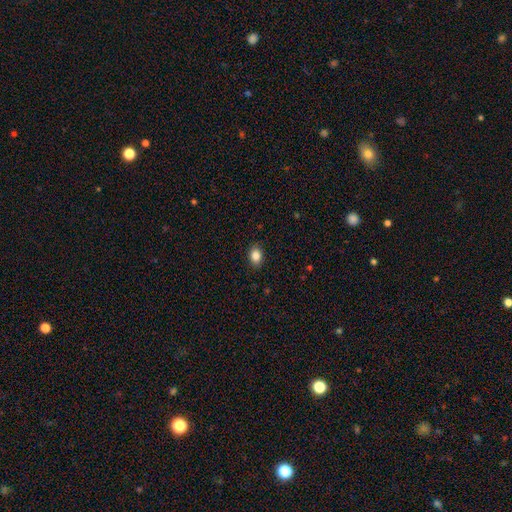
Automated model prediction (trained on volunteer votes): Smooth or featured? Predicted: smooth (p=0.86). How rounded? Predicted: in between (p=0.74). Merging? Predicted: none (p=0.88).